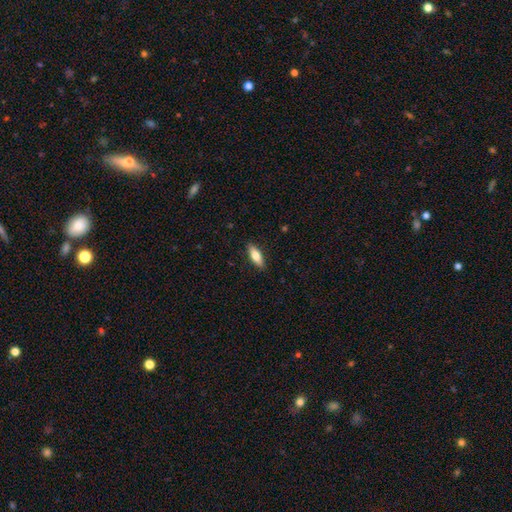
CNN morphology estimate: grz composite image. It shows a smooth galaxy with no disk features (72%) that is in between round and cigar-shaped (67%). Merging: none (89%).